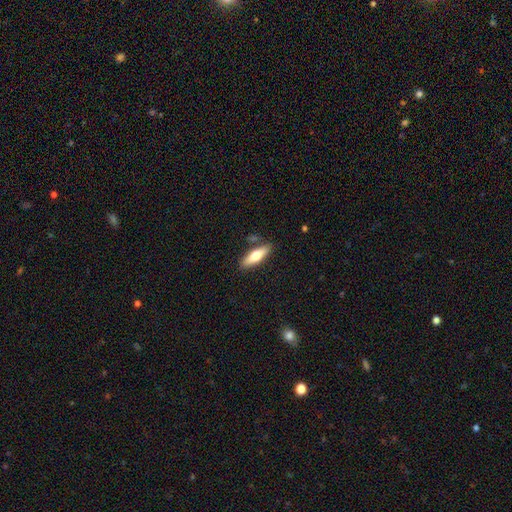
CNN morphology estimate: smooth_or_featured: smooth (p=0.65) [alt: featured or disk p=0.29]
how_rounded: cigar-shaped (p=0.50) [alt: in between p=0.47]
merging: none (p=0.82) [alt: minor disturbance p=0.11]